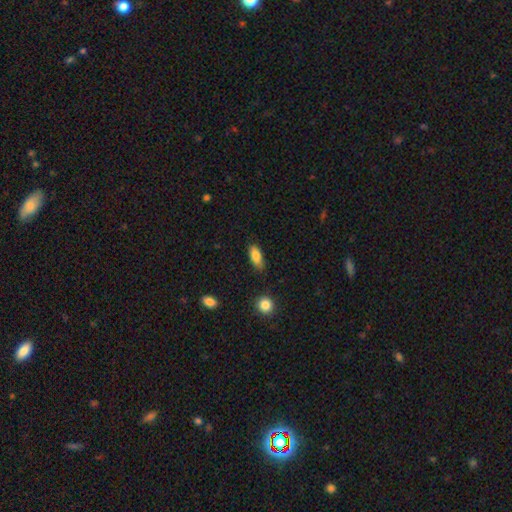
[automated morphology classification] Smooth or featured? smooth (84%)
How rounded? in between (83%)
Merging? none (78%)